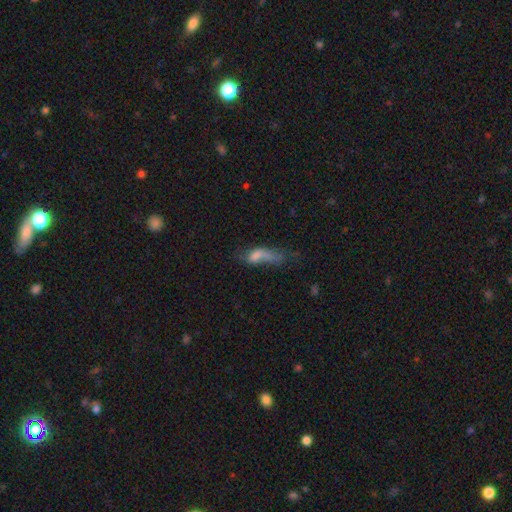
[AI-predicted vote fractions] smooth_or_featured: smooth (p=0.61) [alt: featured or disk p=0.27]
how_rounded: in between (p=0.69) [alt: cigar-shaped p=0.25]
merging: major disturbance (p=0.45) [alt: none p=0.19]